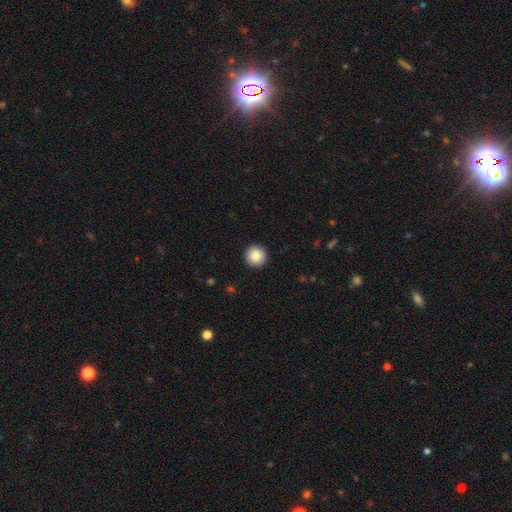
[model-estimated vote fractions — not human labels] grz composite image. It shows a smooth galaxy with no disk features (87%) that is round (96%). Merging: none (93%).